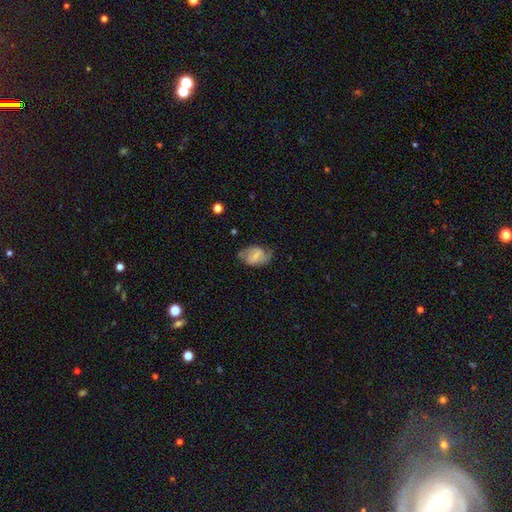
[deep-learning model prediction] Morphology: type=featured or disk (65%); edge-on=no (96%); bar=weak (44%); spiral arms=yes (82%); winding=medium (47%); arm count=2 (81%); bulge=small (44%); merging=none (64%).